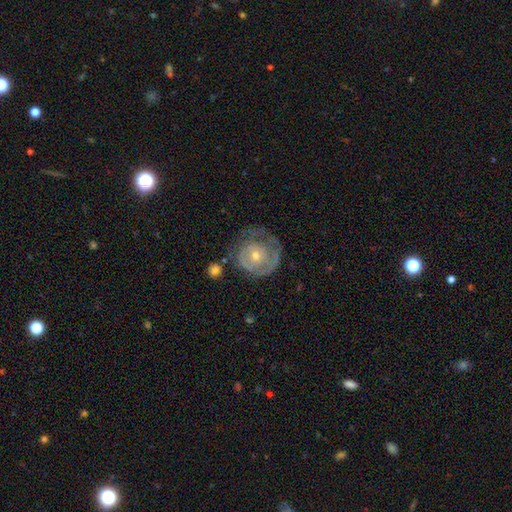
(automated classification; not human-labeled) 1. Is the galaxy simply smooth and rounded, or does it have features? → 73% featured or disk, 21% smooth, 6% star or artifact.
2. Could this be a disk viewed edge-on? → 97% no, 3% yes.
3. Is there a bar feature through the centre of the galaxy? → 81% no, 16% weak, 3% strong.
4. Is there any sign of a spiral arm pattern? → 74% yes, 26% no.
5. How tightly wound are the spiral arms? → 70% tight, 21% medium, 9% loose.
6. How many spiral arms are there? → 37% can't tell, 26% 2, 24% 1, 7% 3, 3% 4, 2% more than 4.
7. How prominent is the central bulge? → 56% small, 40% moderate, 2% large, 1% none, 1% dominant.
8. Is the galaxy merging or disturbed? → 57% none, 23% minor disturbance, 17% major disturbance, 3% merger.